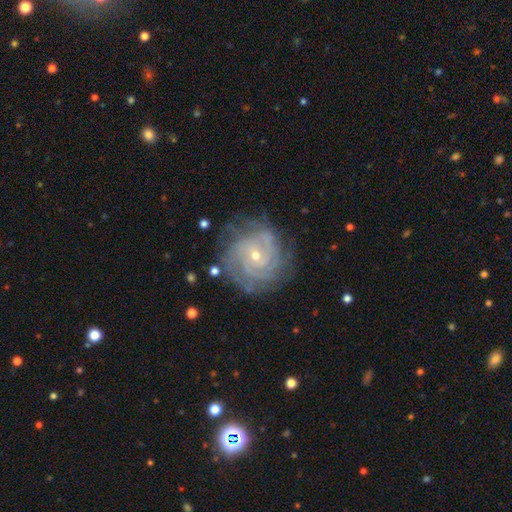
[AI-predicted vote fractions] A featured or disk galaxy (86%) with no bar (66%), tight (75%) spiral arms (97%) and a small central bulge (71%). Merging: none (75%).